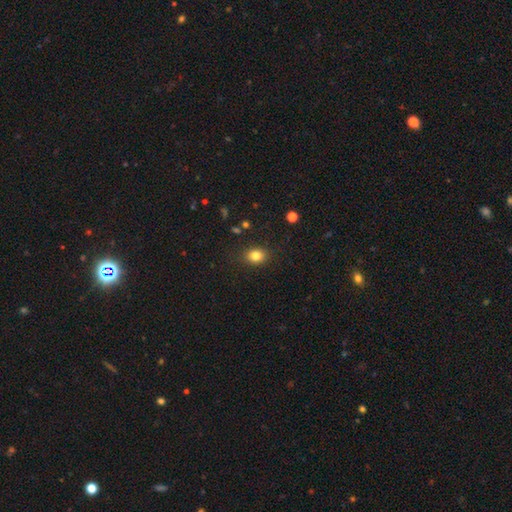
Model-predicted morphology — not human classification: Smooth or featured: smooth — 82% (star or artifact — 11%)
How rounded: in between — 51% (round — 48%)
Merging: none — 86% (minor disturbance — 10%)